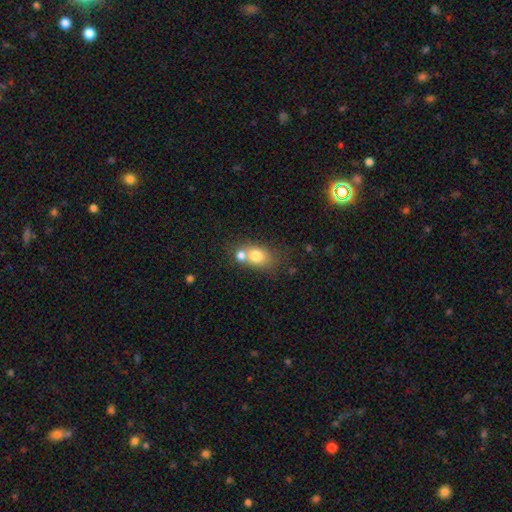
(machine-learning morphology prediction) smooth 75%, featured or disk 15%, star or artifact 10%. Down the decision tree: how rounded — in between (52%); merging — merger (53%).